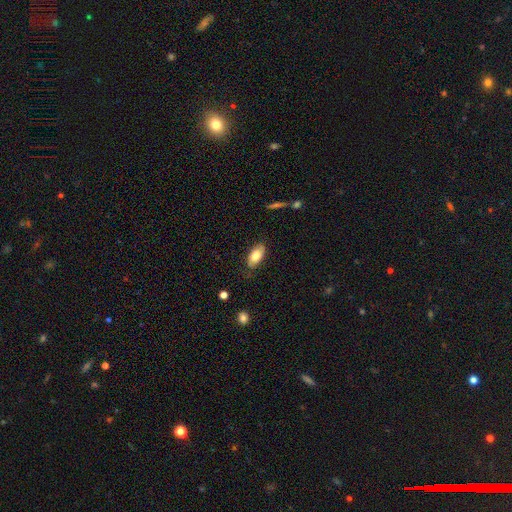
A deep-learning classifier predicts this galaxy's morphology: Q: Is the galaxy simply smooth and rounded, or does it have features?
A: smooth — 77%.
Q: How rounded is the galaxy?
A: in between — 92%.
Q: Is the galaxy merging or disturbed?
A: none — 77%.